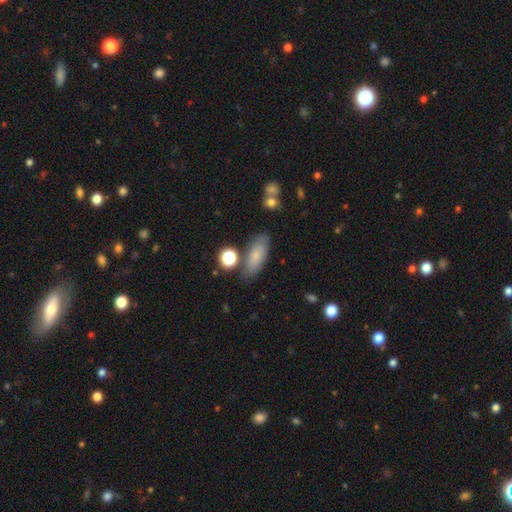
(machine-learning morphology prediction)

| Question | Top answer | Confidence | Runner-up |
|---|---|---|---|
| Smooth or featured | smooth | 76% | featured or disk (16%) |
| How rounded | in between | 74% | cigar-shaped (22%) |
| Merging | none | 74% | minor disturbance (15%) |